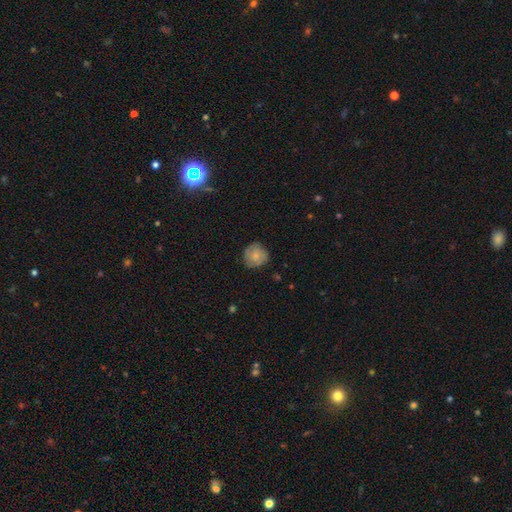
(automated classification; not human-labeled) The model was most divided on "smooth or featured": smooth: 67%, featured or disk: 26%, star or artifact: 7%. More confident: how rounded — round (90%); merging — none (79%).